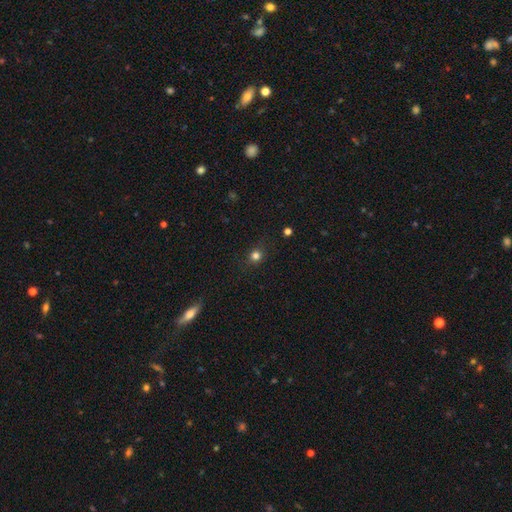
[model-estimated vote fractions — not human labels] A smooth galaxy with no disk features (79%) that is round (86%).

Vote fractions:
- Smooth or featured? smooth: 79% / star or artifact: 16% / featured or disk: 5%
- How rounded? round: 86% / in between: 12% / cigar-shaped: 1%
- Merging? none: 86% / minor disturbance: 10% / major disturbance: 3% / merger: 1%